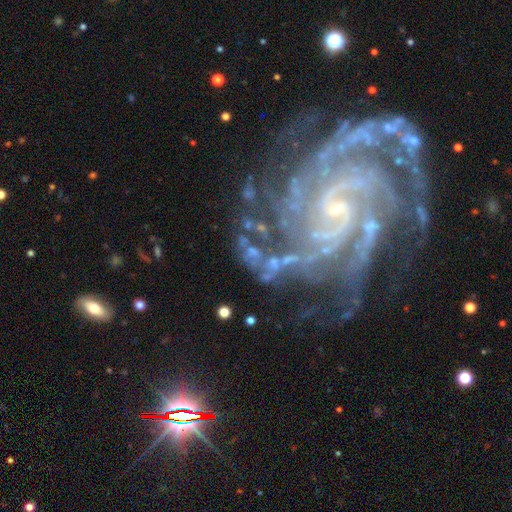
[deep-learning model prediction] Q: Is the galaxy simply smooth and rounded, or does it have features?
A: featured or disk — 89%.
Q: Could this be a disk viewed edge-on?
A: no — 98%.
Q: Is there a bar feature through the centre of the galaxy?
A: no — 48%.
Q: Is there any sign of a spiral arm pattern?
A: yes — 98%.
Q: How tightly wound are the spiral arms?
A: tight — 59%.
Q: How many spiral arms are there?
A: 2 — 24%.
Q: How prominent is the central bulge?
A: small — 81%.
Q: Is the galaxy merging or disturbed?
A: none — 61%.